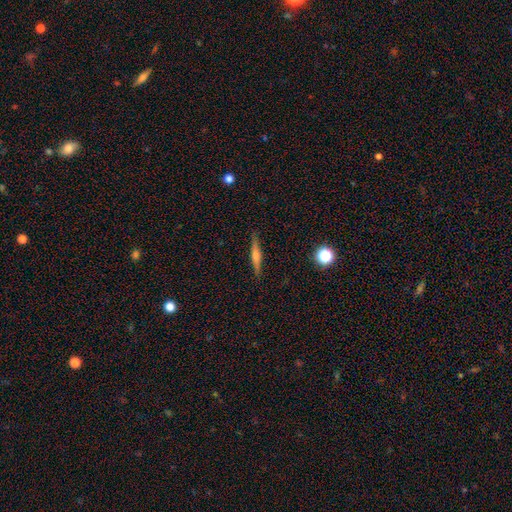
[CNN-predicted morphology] smooth-or-featured: featured or disk: 64% | smooth: 29% | star or artifact: 8%
  disk-edge-on: yes: 97% | no: 3%
    edge-on-bulge: rounded: 79% | boxy: 11% | none: 10%
  merging: none: 90% | minor disturbance: 7% | major disturbance: 2% | merger: 1%